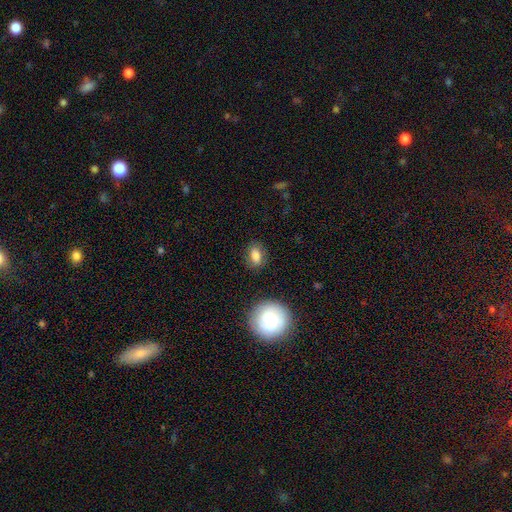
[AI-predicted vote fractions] Smooth or featured?
  - smooth: 82% *
  - featured or disk: 9%
  - star or artifact: 9%
How rounded?
  - in between: 76% *
  - round: 20%
  - cigar-shaped: 3%
Merging?
  - none: 80% *
  - minor disturbance: 14%
  - major disturbance: 4%
  - merger: 2%